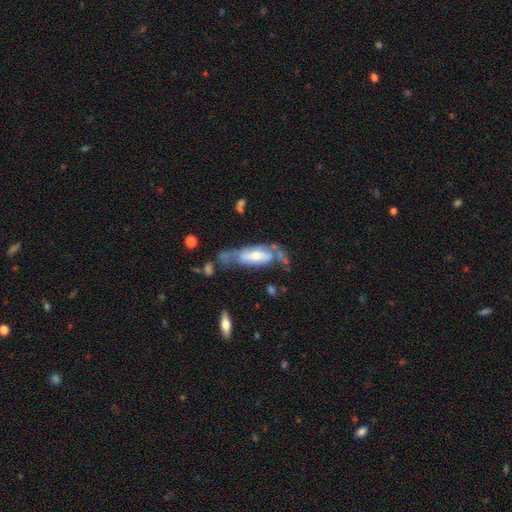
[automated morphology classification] smooth-or-featured: featured or disk: 71% | smooth: 22% | star or artifact: 7%
  disk-edge-on: no: 76% | yes: 24%
    bar: no: 57% | weak: 29% | strong: 13%
    has-spiral-arms: yes: 69% | no: 31%
    bulge-size: moderate: 51% | small: 37% | large: 8% | none: 2% | dominant: 1%
  merging: none: 41% | major disturbance: 25% | minor disturbance: 24% | merger: 9%